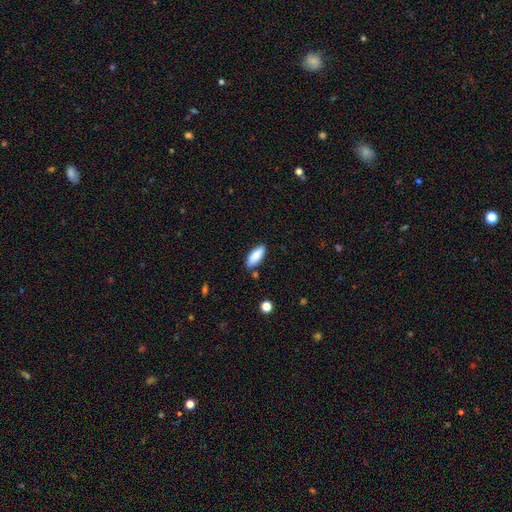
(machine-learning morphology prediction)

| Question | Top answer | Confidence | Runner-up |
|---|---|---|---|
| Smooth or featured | smooth | 87% | featured or disk (7%) |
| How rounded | in between | 77% | cigar-shaped (21%) |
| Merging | none | 83% | minor disturbance (12%) |